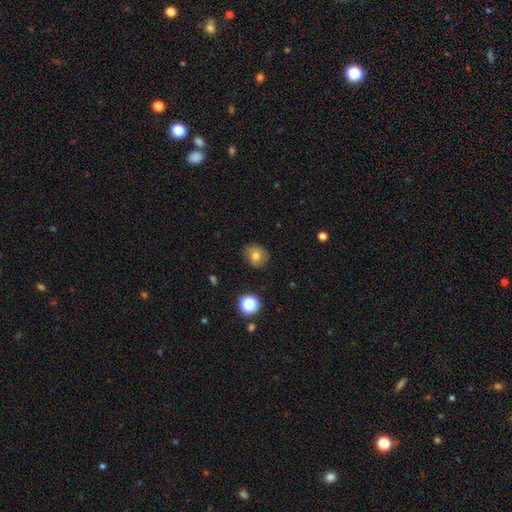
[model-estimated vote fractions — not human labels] smooth-or-featured: smooth: 72% | featured or disk: 15% | star or artifact: 13%
  how-rounded: round: 75% | in between: 24% | cigar-shaped: 1%
  merging: none: 78% | minor disturbance: 17% | major disturbance: 4% | merger: 1%